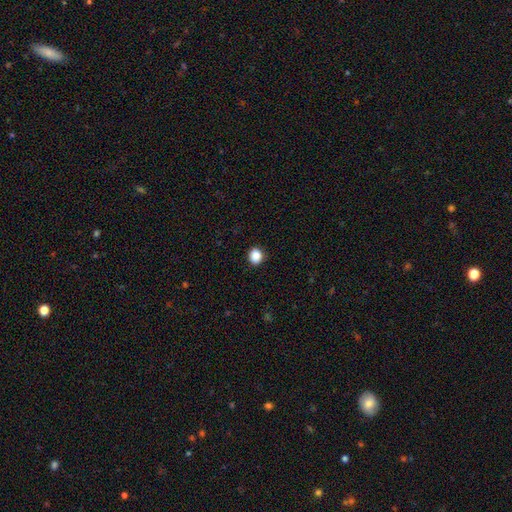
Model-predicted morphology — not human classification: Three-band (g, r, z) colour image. It shows a smooth galaxy with no disk features (88%) that is round (75%). Merging: none (90%).